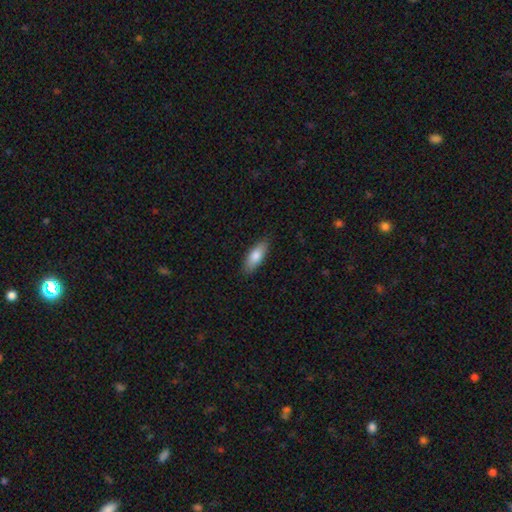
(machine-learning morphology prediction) A smooth galaxy with no disk features (80%) that is in between round and cigar-shaped (73%).

Vote fractions:
- Smooth or featured? smooth: 80% / featured or disk: 14% / star or artifact: 6%
- How rounded? in between: 73% / cigar-shaped: 25% / round: 2%
- Merging? none: 87% / minor disturbance: 10% / major disturbance: 2% / merger: 1%